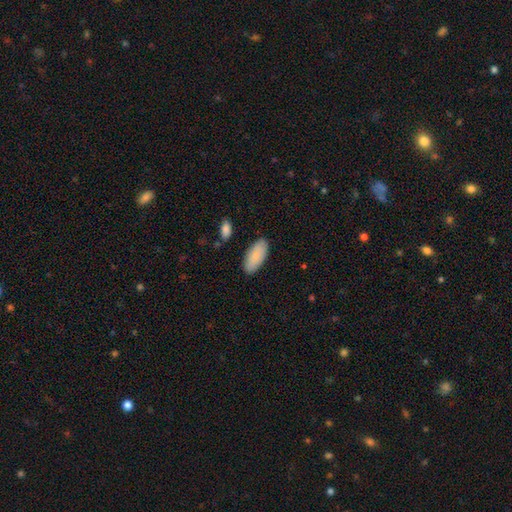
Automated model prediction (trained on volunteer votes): The model was most divided on "merging": none: 86%, minor disturbance: 10%, major disturbance: 2%, merger: 2%. More confident: how rounded — in between (88%); smooth or featured — smooth (88%).